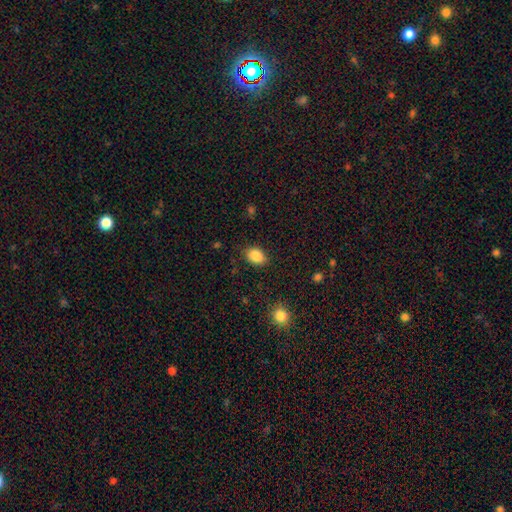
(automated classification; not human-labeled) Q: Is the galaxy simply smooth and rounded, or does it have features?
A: smooth — 87%.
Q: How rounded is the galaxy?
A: in between — 73%.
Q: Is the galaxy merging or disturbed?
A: none — 83%.